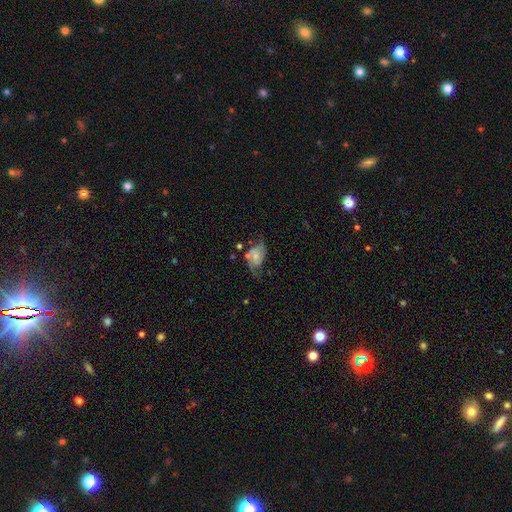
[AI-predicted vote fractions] Overall: featured or disk (62%; smooth 30%). Edge-on disk: no (97%). Bar: no (63%; weak 30%). Spiral arms: yes (86%). Spiral arm count: 2 (85%). Spiral winding: loose (46%; medium 38%). Bulge size: small (60%; moderate 21%). Merging: none (46%; minor disturbance 26%).